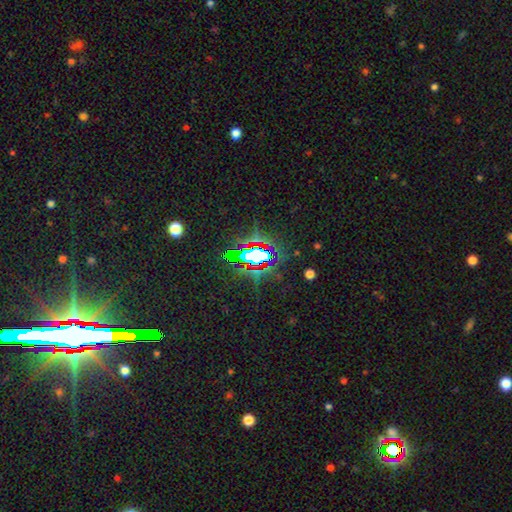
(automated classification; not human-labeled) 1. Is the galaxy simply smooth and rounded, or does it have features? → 70% star or artifact, 17% smooth, 13% featured or disk.